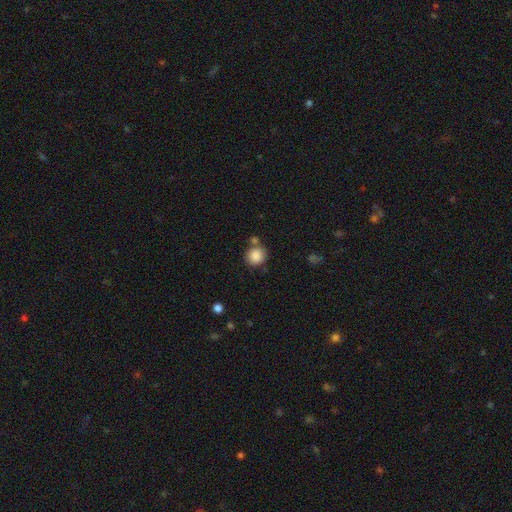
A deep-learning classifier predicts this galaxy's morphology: smooth_or_featured: smooth (p=0.87) [alt: star or artifact p=0.09]
how_rounded: round (p=0.89) [alt: in between p=0.10]
merging: none (p=0.71) [alt: merger p=0.14]